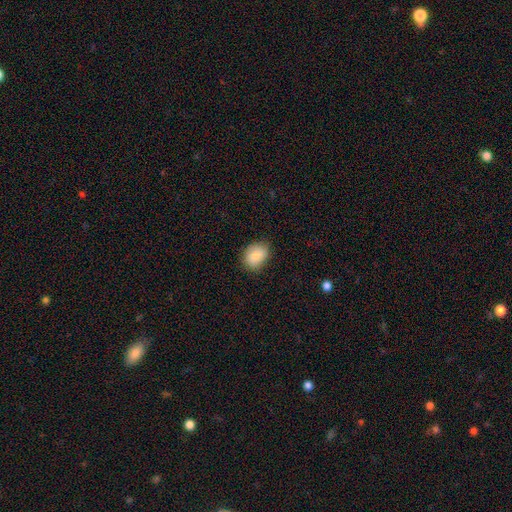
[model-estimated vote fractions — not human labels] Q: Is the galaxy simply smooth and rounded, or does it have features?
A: smooth — 86%.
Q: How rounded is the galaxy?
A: in between — 62%.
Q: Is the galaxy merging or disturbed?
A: none — 80%.